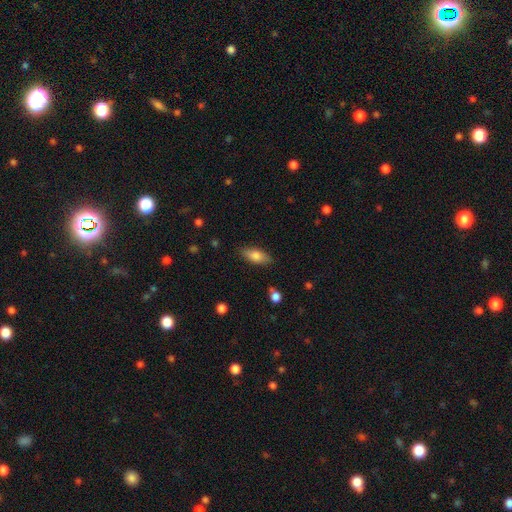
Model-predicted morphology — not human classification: smooth 73%, featured or disk 20%, star or artifact 7%. Down the decision tree: how rounded — in between (79%); merging — none (83%).